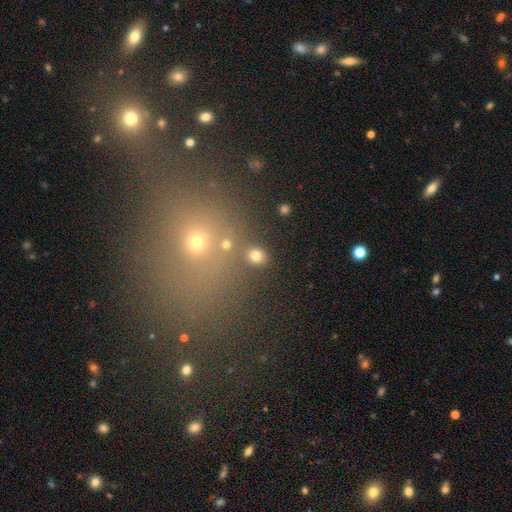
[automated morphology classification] The model was most divided on "how rounded": round: 74%, in between: 25%, cigar-shaped: 1%. More confident: merging — none (82%); smooth or featured — smooth (79%).